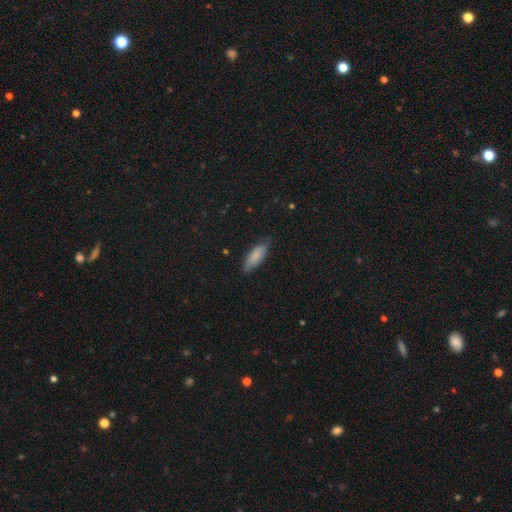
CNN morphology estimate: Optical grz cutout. It shows a smooth galaxy with no disk features (79%) that is in between round and cigar-shaped (68%). Merging: none (76%).